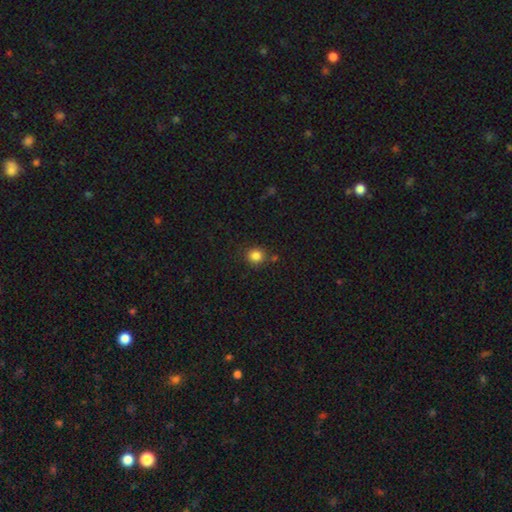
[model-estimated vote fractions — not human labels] The model was most divided on "merging": none: 80%, minor disturbance: 11%, merger: 6%, major disturbance: 3%. More confident: how rounded — round (85%); smooth or featured — smooth (84%).